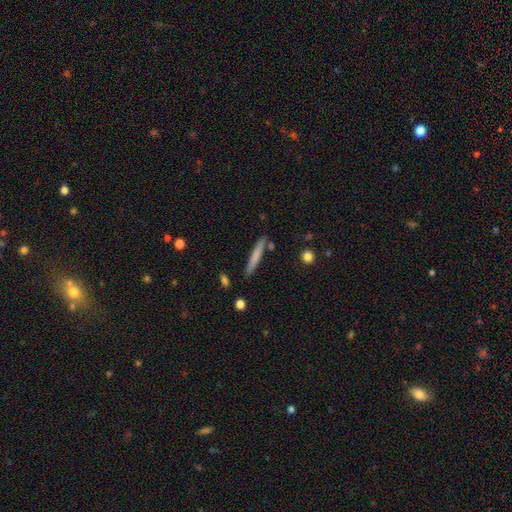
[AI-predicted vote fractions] Smooth or featured?
  - smooth: 67% *
  - featured or disk: 27%
  - star or artifact: 6%
How rounded?
  - cigar-shaped: 95% *
  - in between: 4%
  - round: 1%
Merging?
  - none: 83% *
  - minor disturbance: 11%
  - merger: 4%
  - major disturbance: 2%